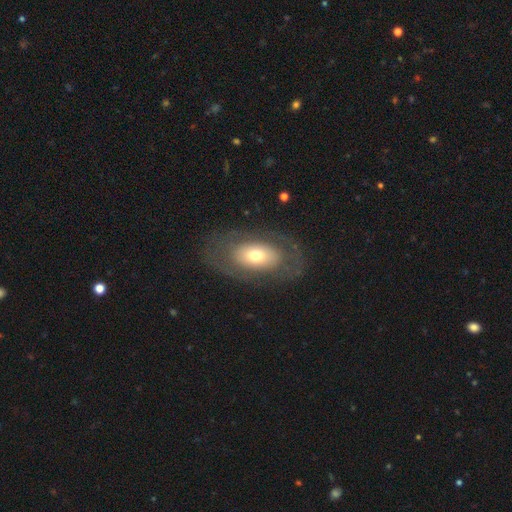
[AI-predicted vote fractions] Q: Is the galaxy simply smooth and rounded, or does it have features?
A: featured or disk — 47%.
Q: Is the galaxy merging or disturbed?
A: none — 76%.